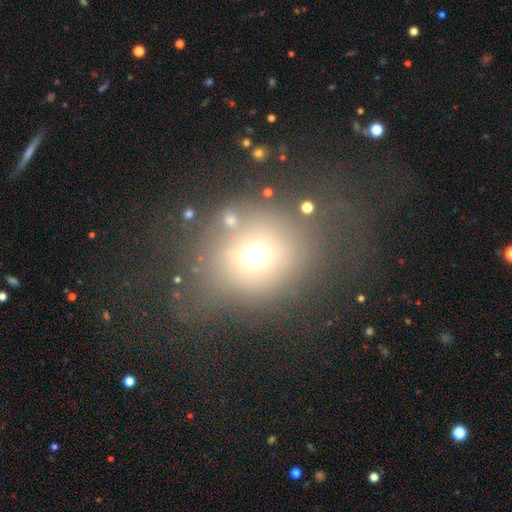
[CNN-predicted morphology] The model was most divided on "merging": none: 56%, major disturbance: 21%, minor disturbance: 18%, merger: 5%. More confident: how rounded — round (72%); smooth or featured — smooth (63%).